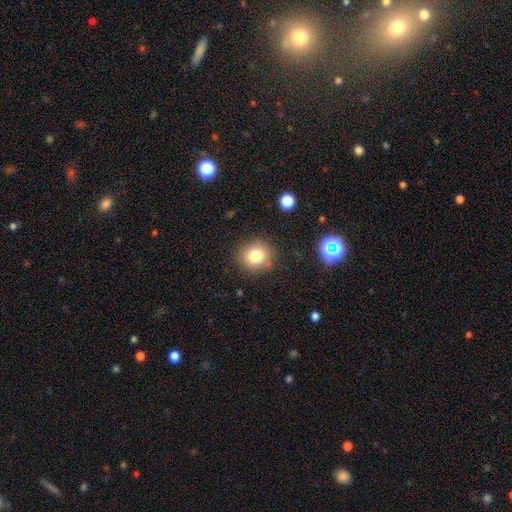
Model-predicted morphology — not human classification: smooth-or-featured: smooth: 78% | star or artifact: 13% | featured or disk: 8%
  how-rounded: round: 86% | in between: 13% | cigar-shaped: 1%
  merging: none: 85% | minor disturbance: 10% | major disturbance: 3% | merger: 2%